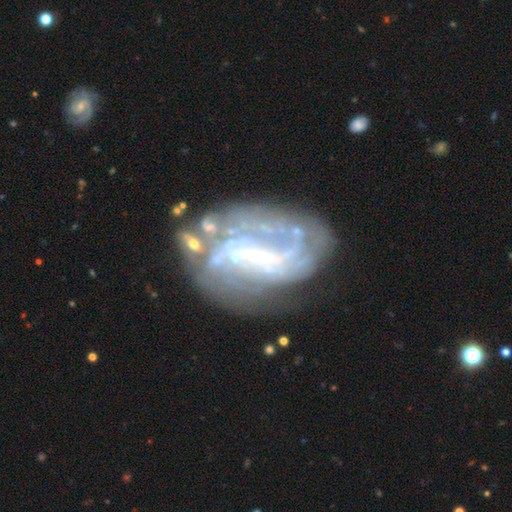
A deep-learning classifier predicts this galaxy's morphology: featured or disk 82%, smooth 10%, star or artifact 8%. Down the decision tree: edge-on disk — no (97%); bar — weak (42%); spiral arms — yes (76%); spiral arm count — can't tell (47%); spiral winding — tight (43%); bulge size — small (73%); merging — none (56%).